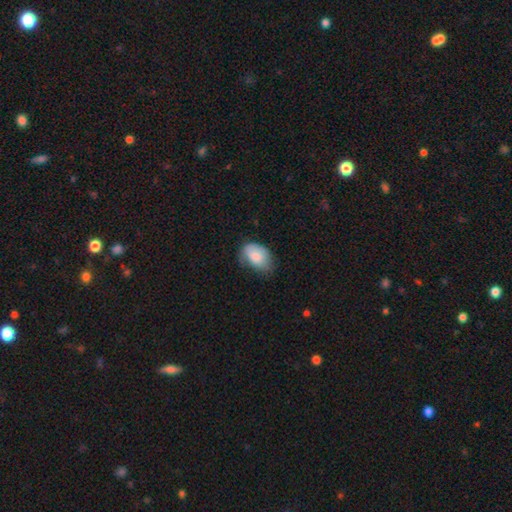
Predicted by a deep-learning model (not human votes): This appears to be a smooth galaxy with no disk features (81%) that is in between round and cigar-shaped (88%). Merging: none (49%).